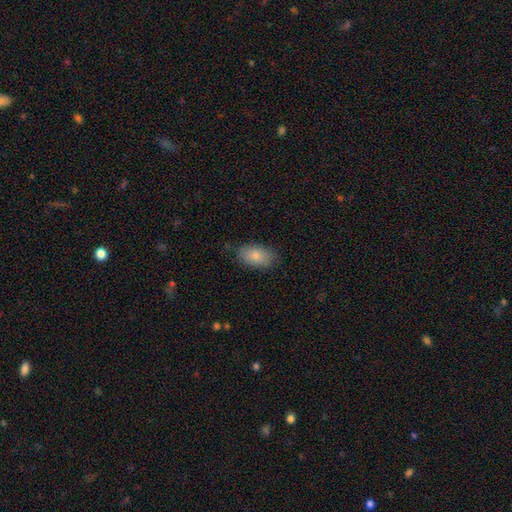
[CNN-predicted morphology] A smooth galaxy with no disk features (82%) that is in between round and cigar-shaped (92%).

Vote fractions:
- Smooth or featured? smooth: 82% / featured or disk: 11% / star or artifact: 7%
- How rounded? in between: 92% / round: 6% / cigar-shaped: 2%
- Merging? none: 80% / minor disturbance: 15% / major disturbance: 3% / merger: 1%